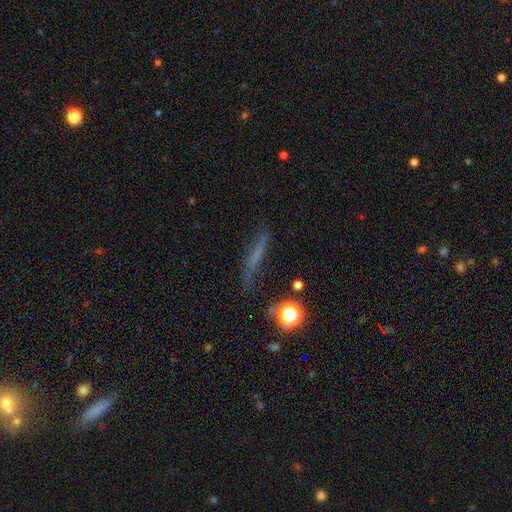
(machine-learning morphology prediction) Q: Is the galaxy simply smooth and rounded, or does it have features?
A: smooth — 47%.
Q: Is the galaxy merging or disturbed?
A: none — 65%.